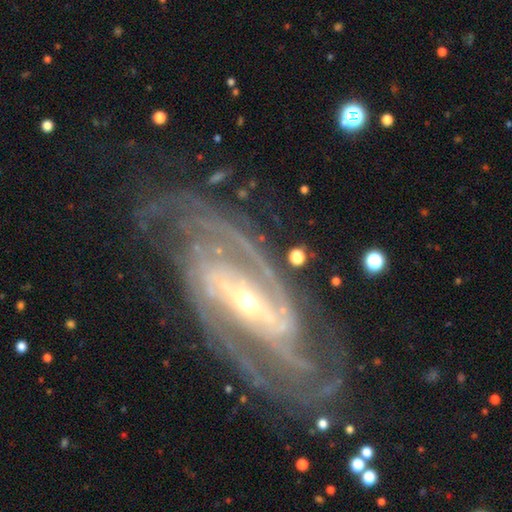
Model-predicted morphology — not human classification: Smooth or featured: featured or disk — 92% (star or artifact — 5%)
Edge-on disk: no — 95% (yes — 5%)
Bar: strong — 52% (weak — 31%)
Spiral arms: yes — 98% (no — 2%)
Spiral winding: tight — 56% (medium — 37%)
Spiral arm count: 2 — 44% (3 — 17%)
Bulge size: small — 69% (moderate — 27%)
Merging: none — 76% (minor disturbance — 15%)